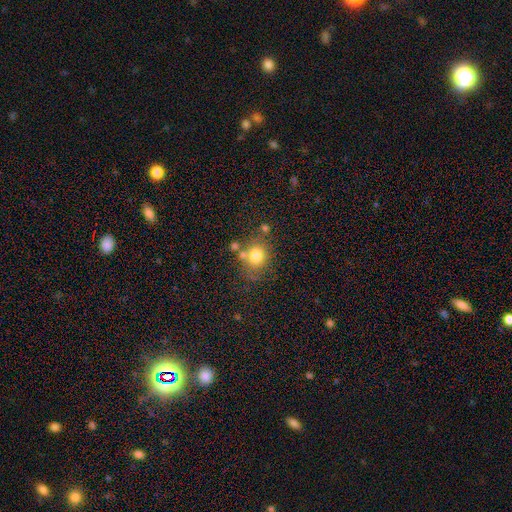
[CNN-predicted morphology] Q: Smooth or featured?
A: smooth (77%); runner-up: star or artifact (13%)
Q: How rounded?
A: round (74%); runner-up: in between (26%)
Q: Merging?
A: none (65%); runner-up: merger (15%)